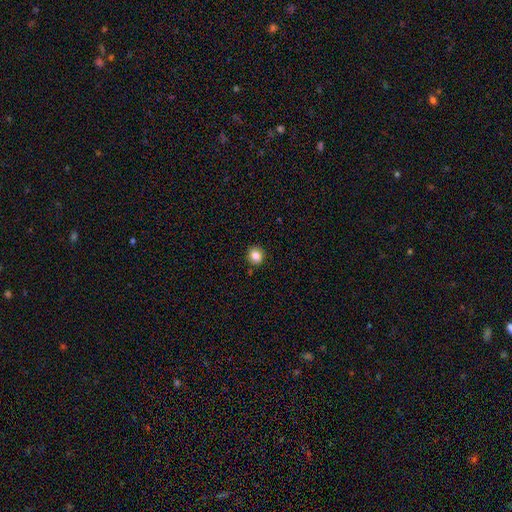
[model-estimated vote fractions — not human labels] This is clearly a smooth galaxy (84%). How rounded: clearly round (84%). Merging: clearly none (89%).